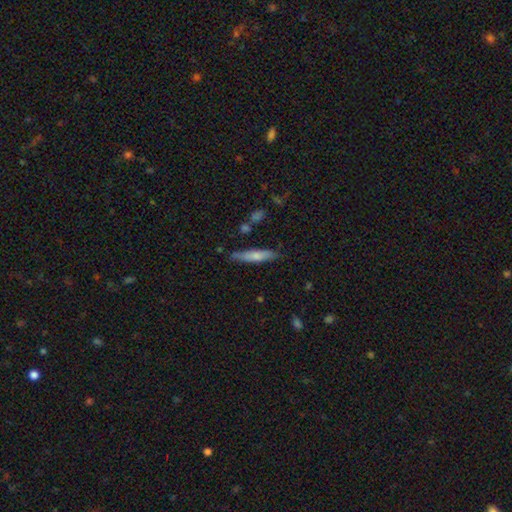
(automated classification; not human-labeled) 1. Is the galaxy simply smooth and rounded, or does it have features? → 66% smooth, 28% featured or disk, 6% star or artifact.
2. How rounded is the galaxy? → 84% cigar-shaped, 14% in between, 2% round.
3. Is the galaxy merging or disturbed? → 80% none, 14% minor disturbance, 3% merger, 3% major disturbance.